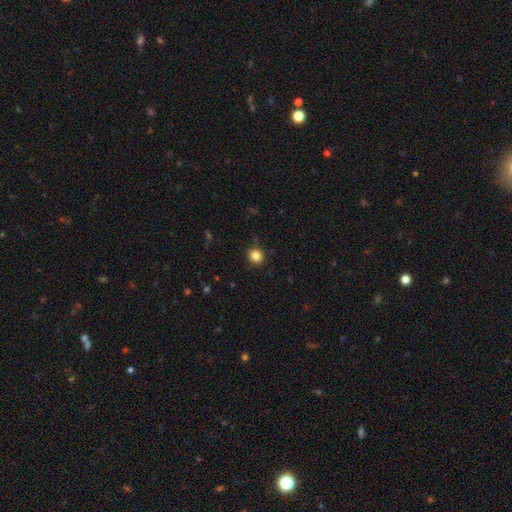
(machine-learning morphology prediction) A smooth galaxy with no disk features (84%) that is round (90%).

Vote fractions:
- Smooth or featured? smooth: 84% / star or artifact: 11% / featured or disk: 4%
- How rounded? round: 90% / in between: 9% / cigar-shaped: 1%
- Merging? none: 87% / minor disturbance: 9% / major disturbance: 2% / merger: 1%